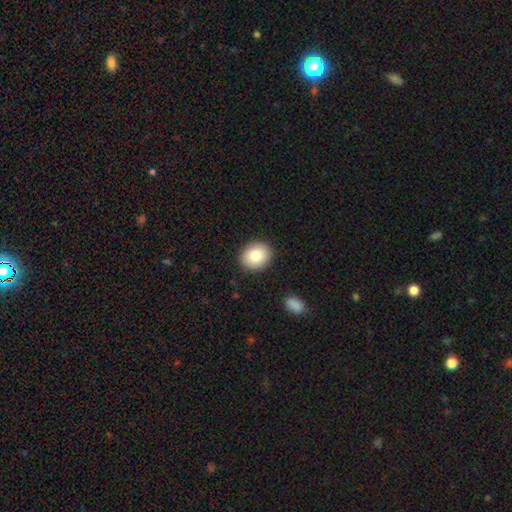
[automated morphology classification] Smooth or featured?
  - smooth: 84% *
  - star or artifact: 8%
  - featured or disk: 8%
How rounded?
  - round: 68% *
  - in between: 31%
  - cigar-shaped: 1%
Merging?
  - none: 89% *
  - minor disturbance: 7%
  - major disturbance: 2%
  - merger: 1%